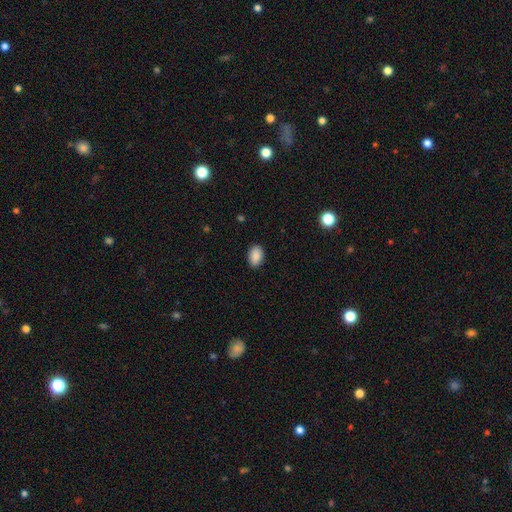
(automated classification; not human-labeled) The model was most divided on "merging": none: 87%, minor disturbance: 10%, major disturbance: 2%, merger: 1%. More confident: how rounded — in between (90%); smooth or featured — smooth (89%).